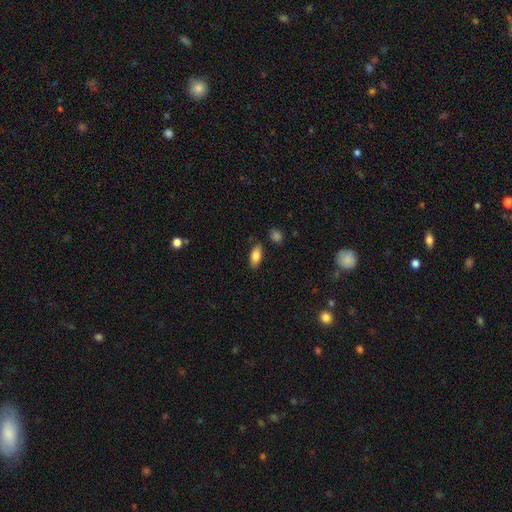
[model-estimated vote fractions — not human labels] Smooth or featured?
  - smooth: 81% *
  - featured or disk: 12%
  - star or artifact: 7%
How rounded?
  - in between: 86% *
  - cigar-shaped: 11%
  - round: 3%
Merging?
  - none: 83% *
  - minor disturbance: 12%
  - merger: 3%
  - major disturbance: 3%